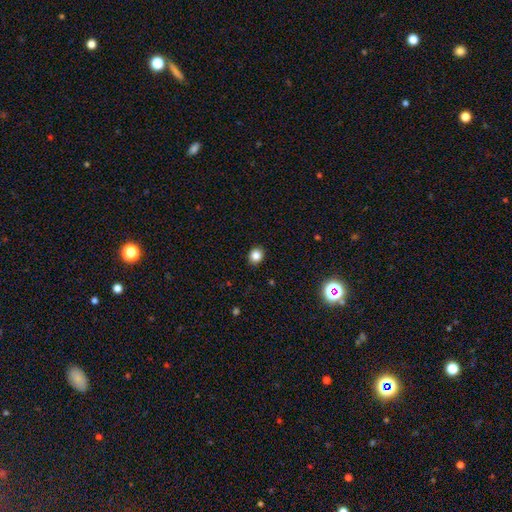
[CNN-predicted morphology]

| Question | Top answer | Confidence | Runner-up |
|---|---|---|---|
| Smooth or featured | smooth | 83% | star or artifact (12%) |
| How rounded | round | 71% | in between (28%) |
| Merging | none | 91% | minor disturbance (6%) |